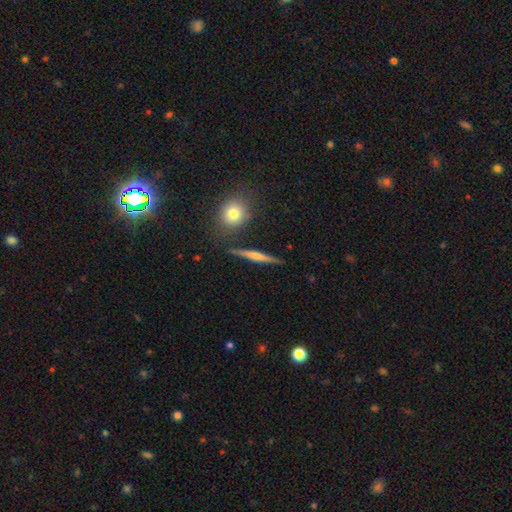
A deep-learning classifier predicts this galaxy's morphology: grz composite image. It shows a featured or disk galaxy (59%) viewed edge-on (96%) with a rounded central bulge (58%). Merging: none (87%).